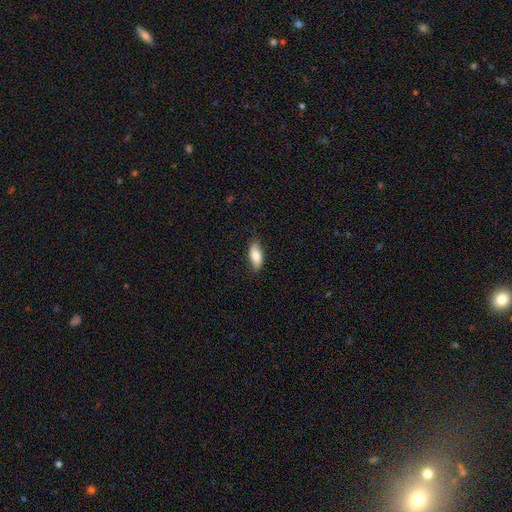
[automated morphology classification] smooth 78%, featured or disk 16%, star or artifact 6%. Down the decision tree: how rounded — in between (85%); merging — none (81%).